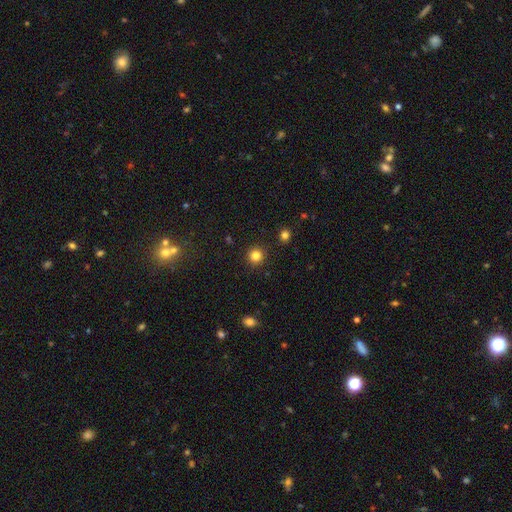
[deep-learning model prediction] A smooth galaxy with no disk features (83%) that is round (94%).

Vote fractions:
- Smooth or featured? smooth: 83% / star or artifact: 13% / featured or disk: 5%
- How rounded? round: 94% / in between: 5% / cigar-shaped: 1%
- Merging? none: 92% / minor disturbance: 5% / major disturbance: 2% / merger: 1%